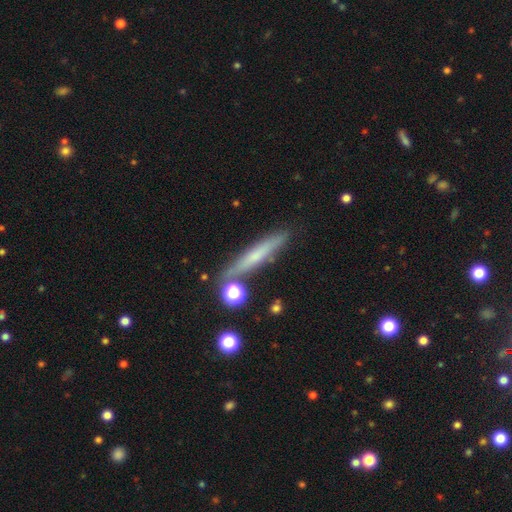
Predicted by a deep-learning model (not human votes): smooth 48%, featured or disk 43%, star or artifact 9%. Down the decision tree: merging — none (77%).